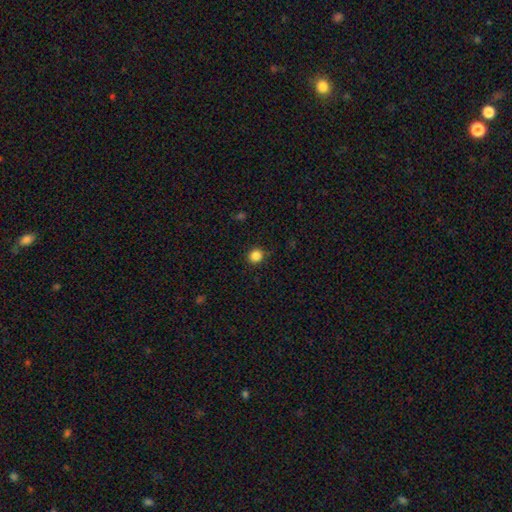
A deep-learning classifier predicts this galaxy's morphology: smooth 85%, star or artifact 12%, featured or disk 3%. Down the decision tree: how rounded — round (92%); merging — none (89%).